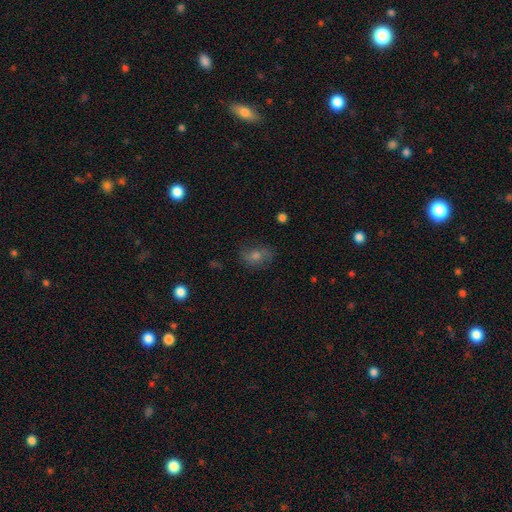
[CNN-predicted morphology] type=smooth (48%); merging=none (72%).